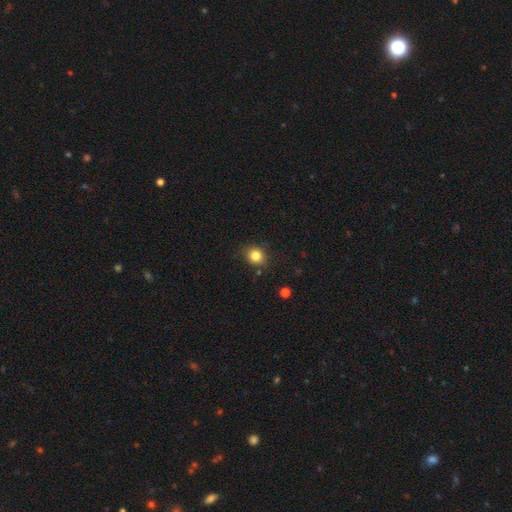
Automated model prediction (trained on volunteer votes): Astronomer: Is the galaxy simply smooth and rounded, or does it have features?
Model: smooth — 83%.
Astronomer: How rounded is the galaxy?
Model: round — 77%.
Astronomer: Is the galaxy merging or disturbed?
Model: none — 81%.